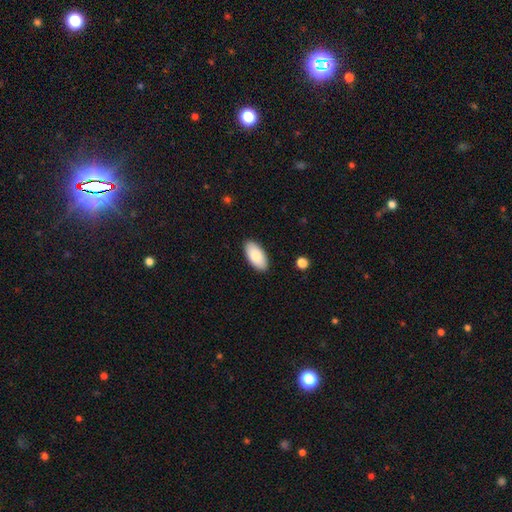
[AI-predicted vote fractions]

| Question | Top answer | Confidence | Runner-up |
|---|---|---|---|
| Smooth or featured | smooth | 84% | featured or disk (10%) |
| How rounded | in between | 95% | cigar-shaped (3%) |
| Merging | none | 89% | minor disturbance (8%) |